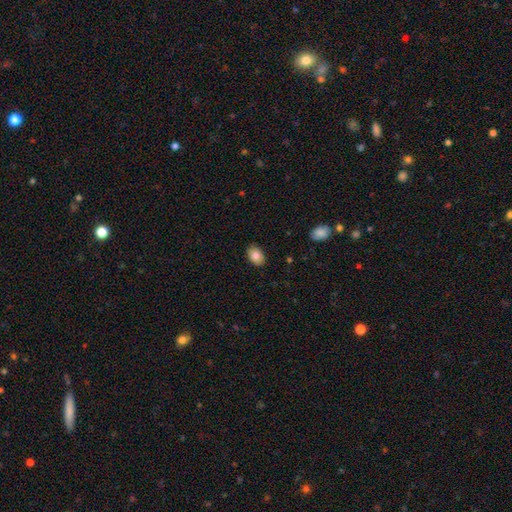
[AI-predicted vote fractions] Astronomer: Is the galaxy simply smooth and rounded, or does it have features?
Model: smooth — 83%.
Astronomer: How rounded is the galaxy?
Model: in between — 85%.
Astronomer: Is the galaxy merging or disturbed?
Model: none — 87%.